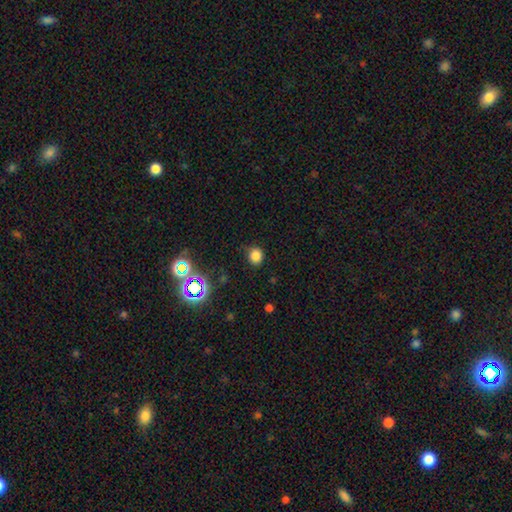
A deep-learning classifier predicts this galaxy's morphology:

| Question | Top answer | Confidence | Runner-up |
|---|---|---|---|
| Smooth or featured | smooth | 78% | star or artifact (17%) |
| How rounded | round | 80% | in between (19%) |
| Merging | none | 82% | minor disturbance (13%) |